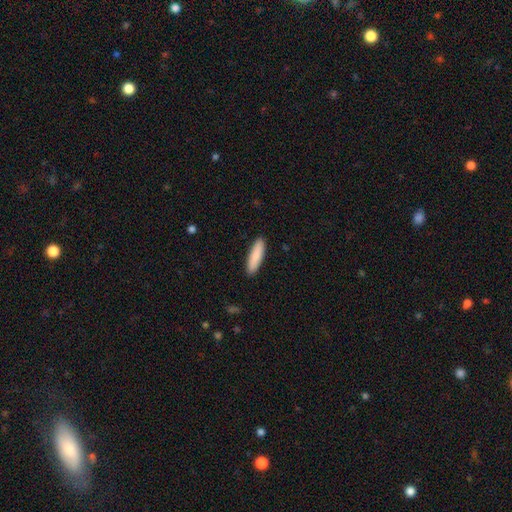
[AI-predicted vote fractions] smooth_or_featured: smooth (p=0.87) [alt: featured or disk p=0.08]
how_rounded: cigar-shaped (p=0.68) [alt: in between p=0.31]
merging: none (p=0.91) [alt: minor disturbance p=0.07]